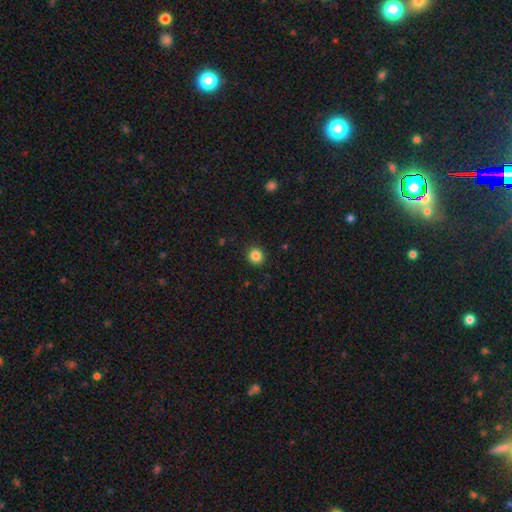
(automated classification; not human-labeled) Smooth or featured: smooth — 85% (star or artifact — 11%)
How rounded: round — 88% (in between — 11%)
Merging: none — 91% (minor disturbance — 6%)